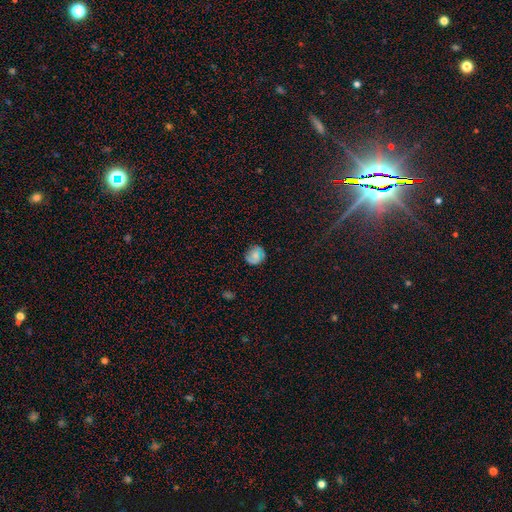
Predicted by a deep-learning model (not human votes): smooth 50%, featured or disk 38%, star or artifact 12%. Down the decision tree: how rounded — round (79%); merging — none (79%).